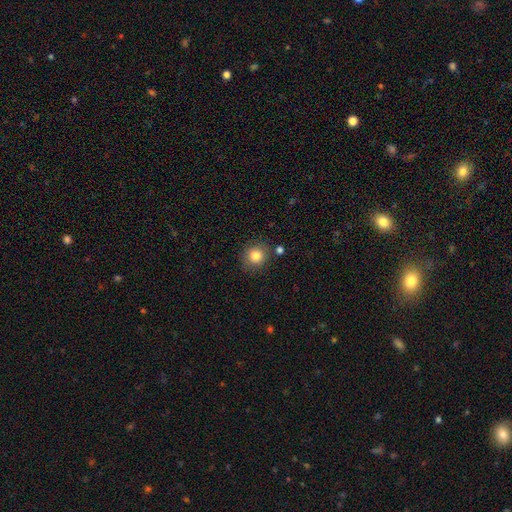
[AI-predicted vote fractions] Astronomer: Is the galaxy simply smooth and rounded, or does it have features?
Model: smooth — 84%.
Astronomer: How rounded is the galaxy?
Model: round — 85%.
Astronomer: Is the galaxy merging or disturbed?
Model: none — 83%.